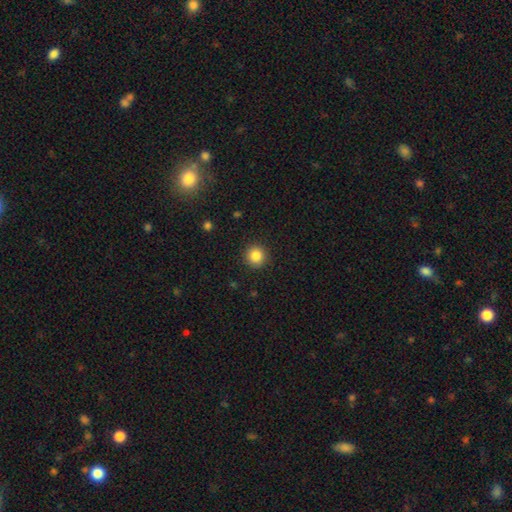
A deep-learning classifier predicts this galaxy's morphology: Smooth or featured? smooth (85%)
How rounded? round (93%)
Merging? none (91%)